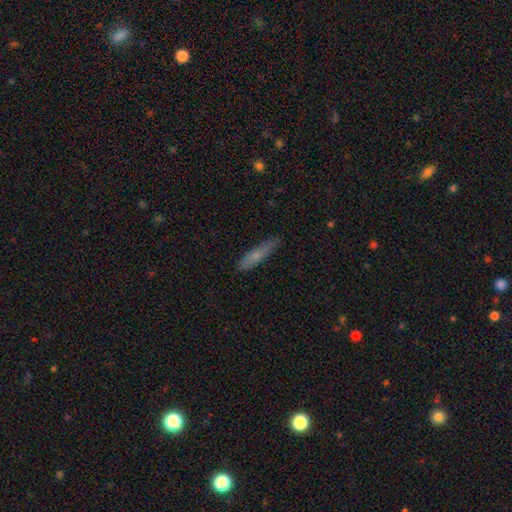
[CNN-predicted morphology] Overall: smooth (70%). How rounded: cigar-shaped (86%). Merging: none (82%).